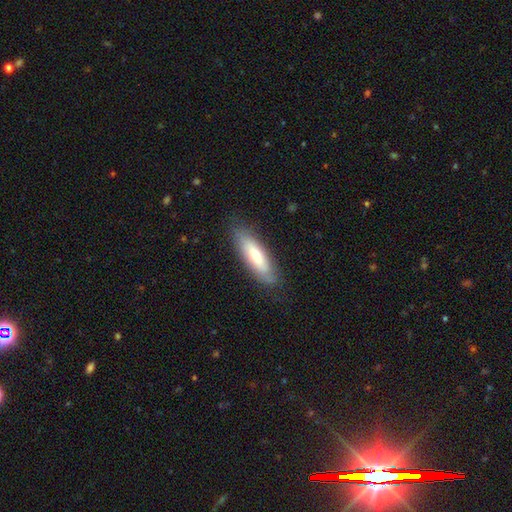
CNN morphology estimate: The model was most divided on "how rounded": cigar-shaped: 50%, in between: 48%, round: 2%. More confident: merging — none (81%); smooth or featured — smooth (66%).